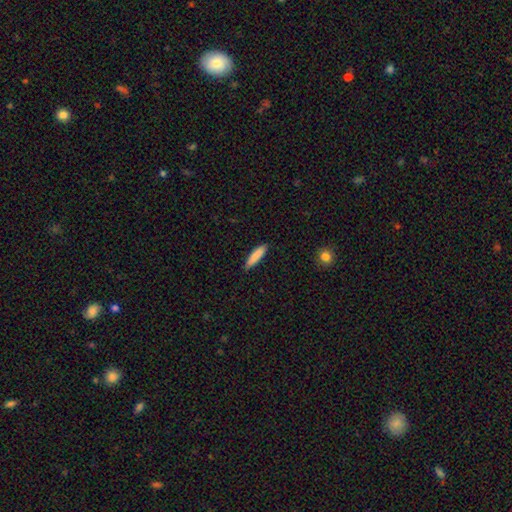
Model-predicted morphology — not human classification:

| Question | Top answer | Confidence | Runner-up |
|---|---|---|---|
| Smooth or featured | smooth | 85% | featured or disk (9%) |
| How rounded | cigar-shaped | 77% | in between (22%) |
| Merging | none | 88% | minor disturbance (10%) |